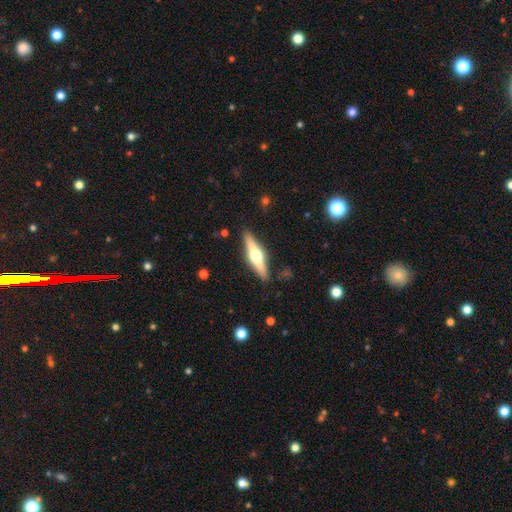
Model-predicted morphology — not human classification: Smooth or featured? Predicted: featured or disk (p=0.65). Edge-on disk? Predicted: yes (p=0.96). Edge-on bulge? Predicted: rounded (p=0.95). Merging? Predicted: none (p=0.89).